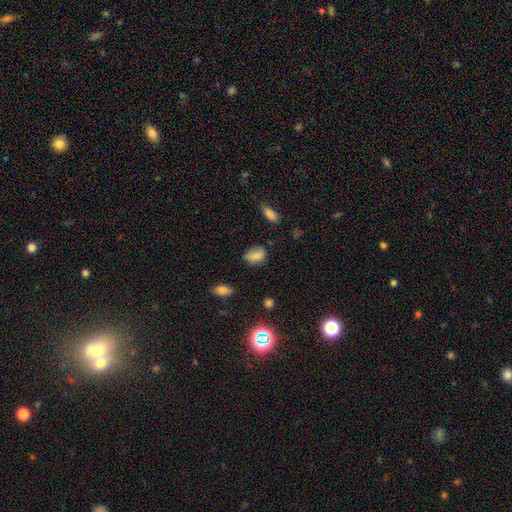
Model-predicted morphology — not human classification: A smooth galaxy with no disk features (79%) that is in between round and cigar-shaped (77%). Merging: none (66%).